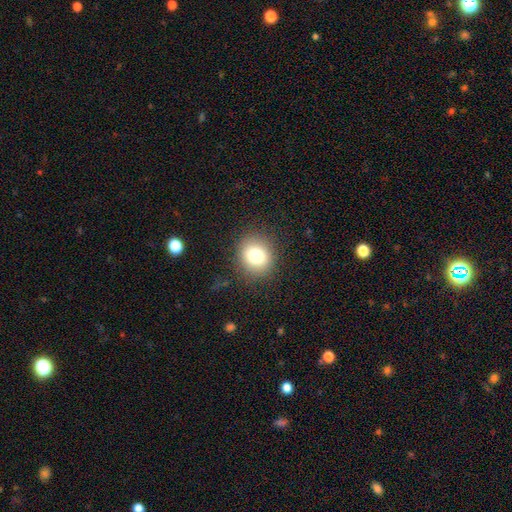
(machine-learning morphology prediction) Overall: smooth (79%). How rounded: round (74%). Merging: none (87%).